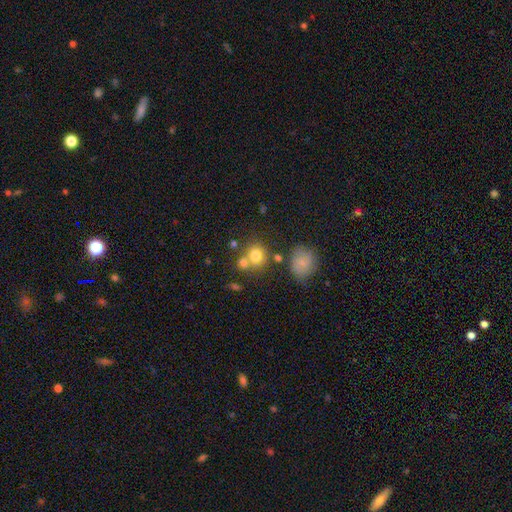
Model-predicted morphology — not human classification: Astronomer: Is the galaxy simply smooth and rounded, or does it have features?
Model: smooth — 77%.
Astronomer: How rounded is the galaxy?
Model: round — 81%.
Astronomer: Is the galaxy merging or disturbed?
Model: none — 56%.